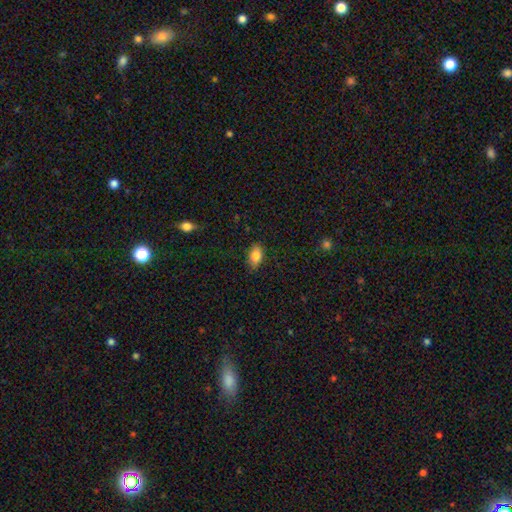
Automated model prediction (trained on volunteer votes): A smooth galaxy with no disk features (83%) that is in between round and cigar-shaped (89%). Merging: none (84%).